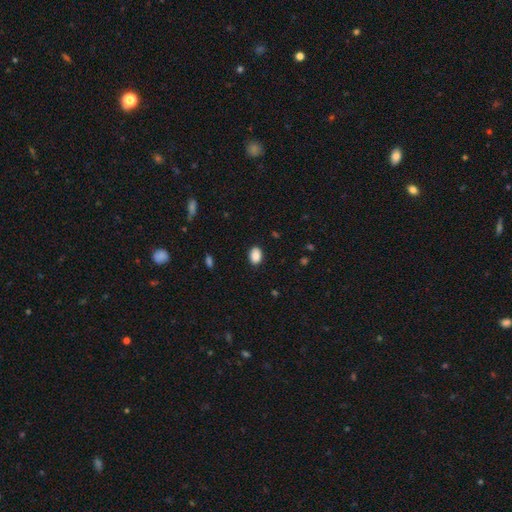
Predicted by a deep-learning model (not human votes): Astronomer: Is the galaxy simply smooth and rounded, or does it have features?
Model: smooth — 89%.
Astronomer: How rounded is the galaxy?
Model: in between — 80%.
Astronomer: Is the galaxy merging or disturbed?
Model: none — 88%.